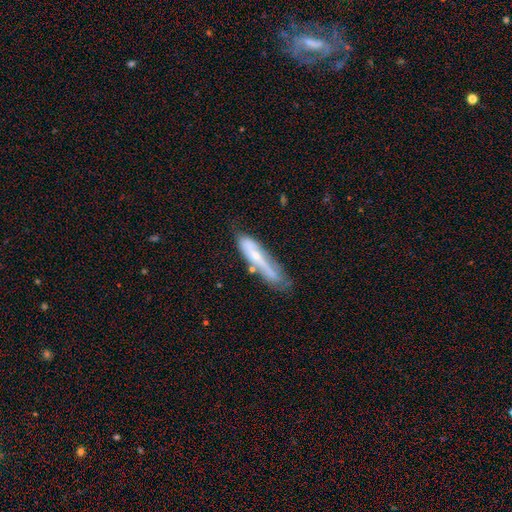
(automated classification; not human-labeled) Smooth or featured?
  - featured or disk: 51% *
  - smooth: 42%
  - star or artifact: 7%
Edge-on disk?
  - no: 50% * (tied)
  - yes: 50% * (tied)
Merging?
  - none: 49% *
  - minor disturbance: 30%
  - major disturbance: 13%
  - merger: 7%